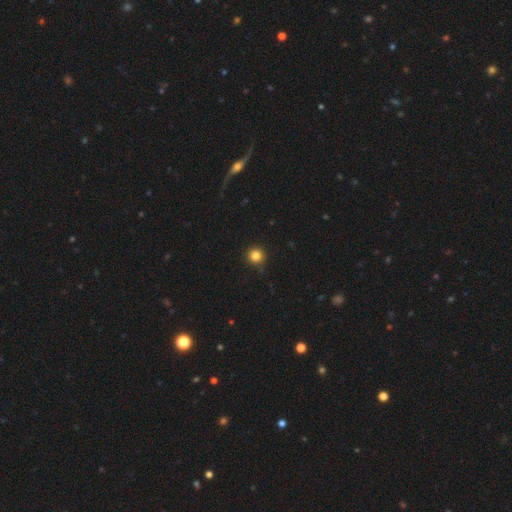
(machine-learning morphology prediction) This appears to be a smooth galaxy with no disk features (83%) that is round (94%). Merging: none (88%).